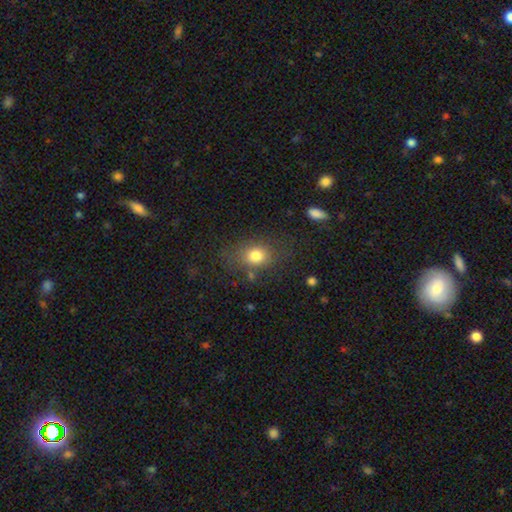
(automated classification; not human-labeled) smooth_or_featured: smooth (p=0.79) [alt: star or artifact p=0.11]
how_rounded: round (p=0.52) [alt: in between p=0.47]
merging: none (p=0.72) [alt: minor disturbance p=0.16]